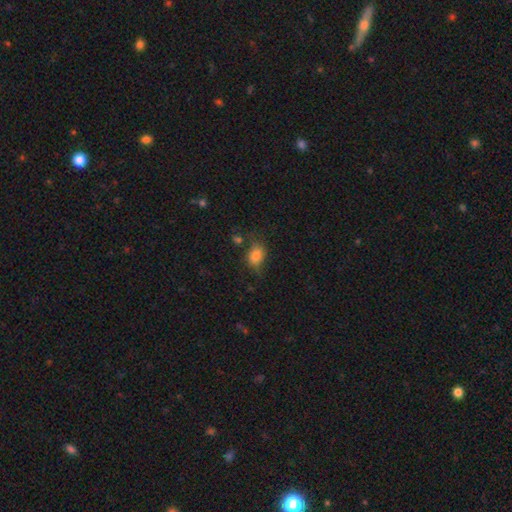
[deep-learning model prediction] smooth 80%, star or artifact 10%, featured or disk 10%. Down the decision tree: how rounded — in between (74%); merging — none (60%).